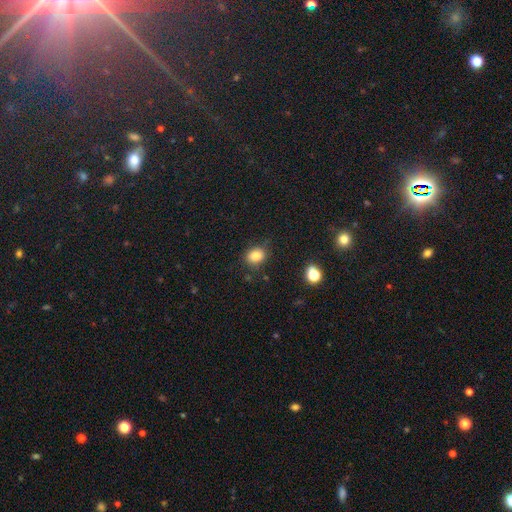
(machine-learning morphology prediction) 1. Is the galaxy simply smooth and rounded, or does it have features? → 84% smooth, 11% star or artifact, 5% featured or disk.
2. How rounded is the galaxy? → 53% in between, 46% round, 1% cigar-shaped.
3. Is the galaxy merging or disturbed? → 79% none, 15% minor disturbance, 4% major disturbance, 2% merger.